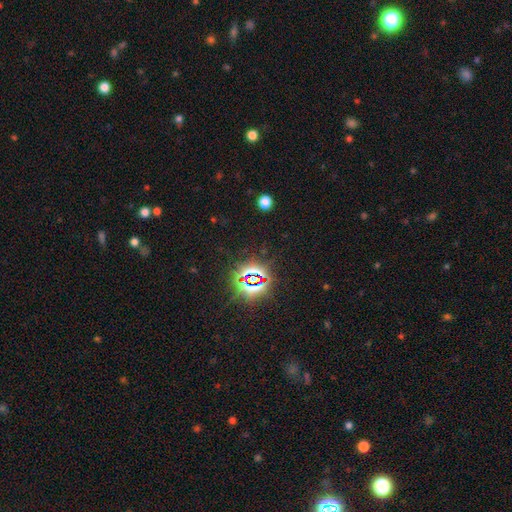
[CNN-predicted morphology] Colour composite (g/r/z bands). It shows a star or artifact, not a galaxy (81%).